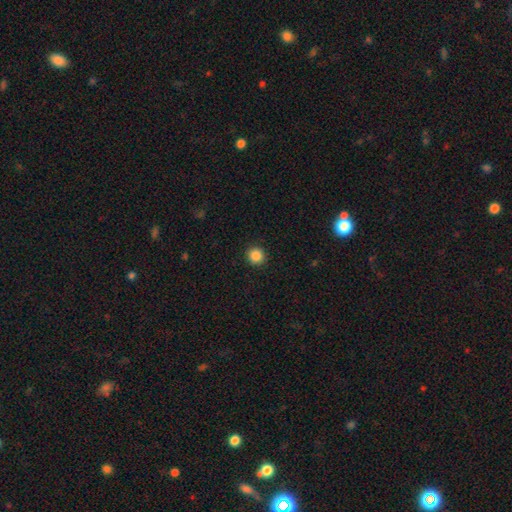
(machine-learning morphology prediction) Smooth or featured?
  - smooth: 87% *
  - star or artifact: 10%
  - featured or disk: 3%
How rounded?
  - round: 94% *
  - in between: 5%
  - cigar-shaped: 1%
Merging?
  - none: 92% *
  - minor disturbance: 5%
  - major disturbance: 2%
  - merger: 1%